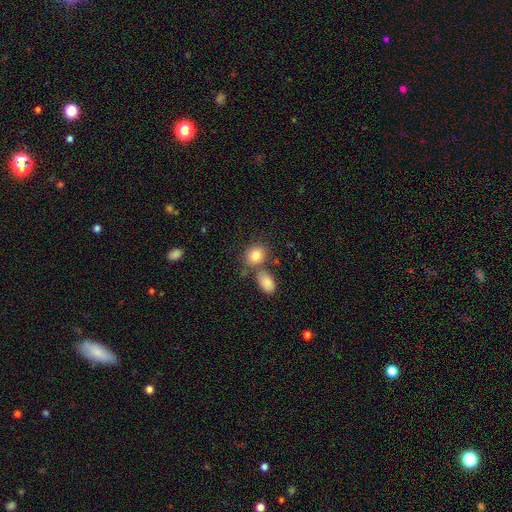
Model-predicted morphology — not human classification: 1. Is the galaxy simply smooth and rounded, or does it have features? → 83% smooth, 9% star or artifact, 8% featured or disk.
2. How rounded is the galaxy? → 52% round, 46% in between, 1% cigar-shaped.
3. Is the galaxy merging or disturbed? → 54% none, 29% merger, 12% minor disturbance, 5% major disturbance.